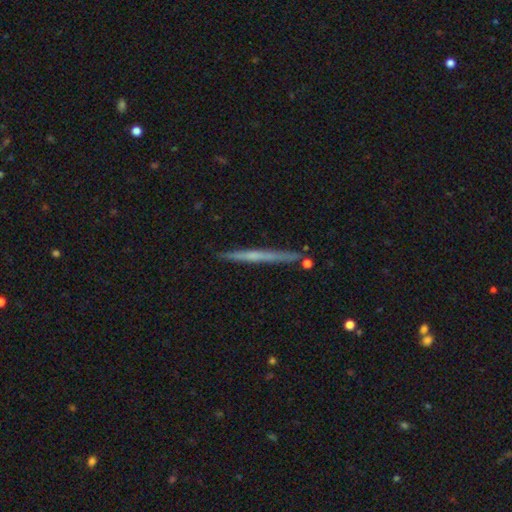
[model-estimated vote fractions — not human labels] Smooth or featured? featured or disk (55%)
Edge-on disk? yes (97%)
Edge-on bulge? none (73%)
Merging? none (88%)